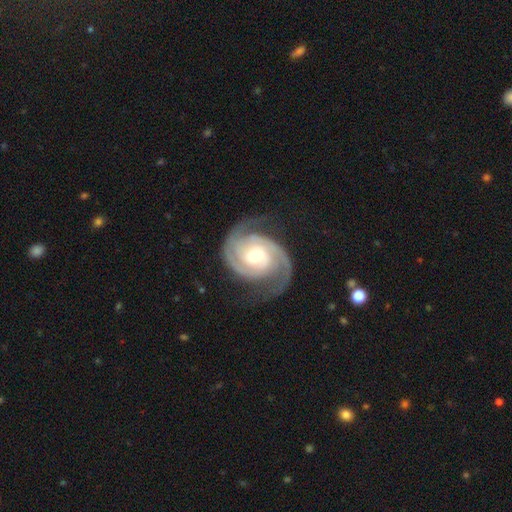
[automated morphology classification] Smooth or featured: featured or disk — 94% (star or artifact — 3%)
Edge-on disk: no — 98% (yes — 2%)
Bar: no — 56% (weak — 31%)
Spiral arms: yes — 99% (no — 1%)
Spiral winding: tight — 53% (medium — 41%)
Spiral arm count: 2 — 90% (3 — 4%)
Bulge size: moderate — 63% (small — 26%)
Merging: none — 77% (minor disturbance — 15%)